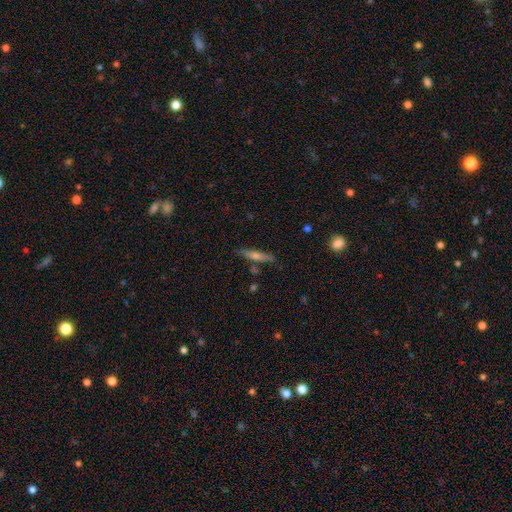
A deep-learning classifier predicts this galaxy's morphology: This appears to be a featured or disk galaxy (50%). Merging: none (82%).